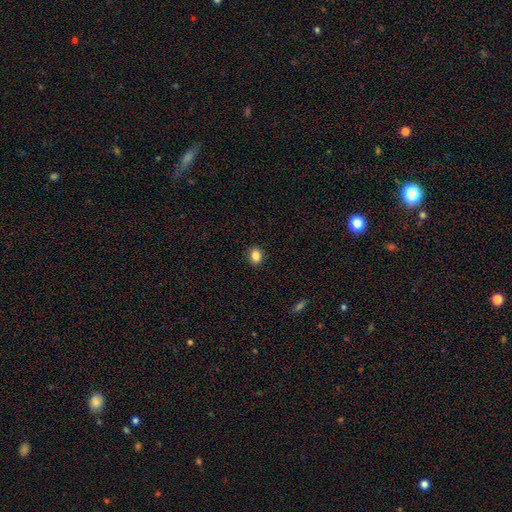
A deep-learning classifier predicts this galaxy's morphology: smooth_or_featured: smooth (p=0.86) [alt: star or artifact p=0.10]
how_rounded: in between (p=0.64) [alt: round p=0.34]
merging: none (p=0.89) [alt: minor disturbance p=0.08]